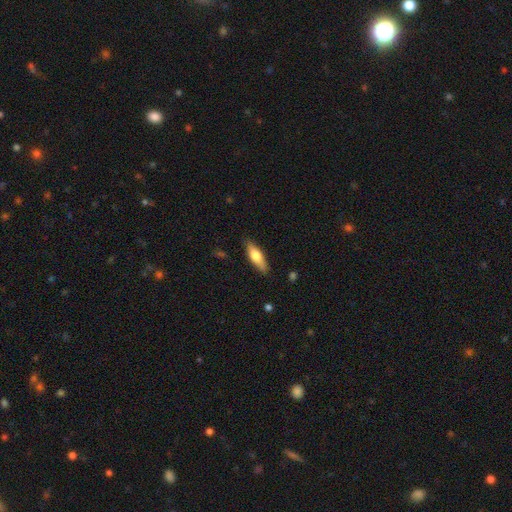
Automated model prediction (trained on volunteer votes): A smooth galaxy with no disk features (65%) that is in between round and cigar-shaped (52%).

Vote fractions:
- Smooth or featured? smooth: 65% / featured or disk: 30% / star or artifact: 6%
- How rounded? in between: 52% / cigar-shaped: 46% / round: 2%
- Merging? none: 84% / minor disturbance: 13% / major disturbance: 2% / merger: 1%